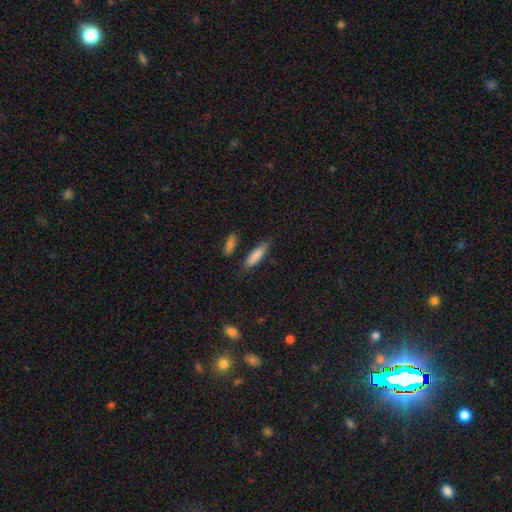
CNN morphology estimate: Smooth or featured? Predicted: smooth (p=0.85). How rounded? Predicted: cigar-shaped (p=0.63). Merging? Predicted: none (p=0.78).